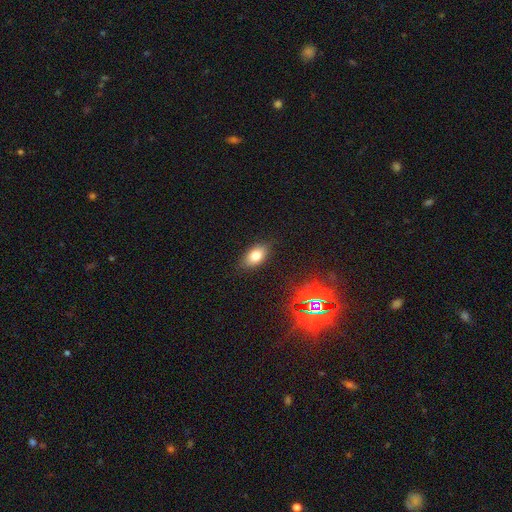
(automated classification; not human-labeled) smooth 76%, star or artifact 13%, featured or disk 11%. Down the decision tree: how rounded — in between (89%); merging — none (85%).